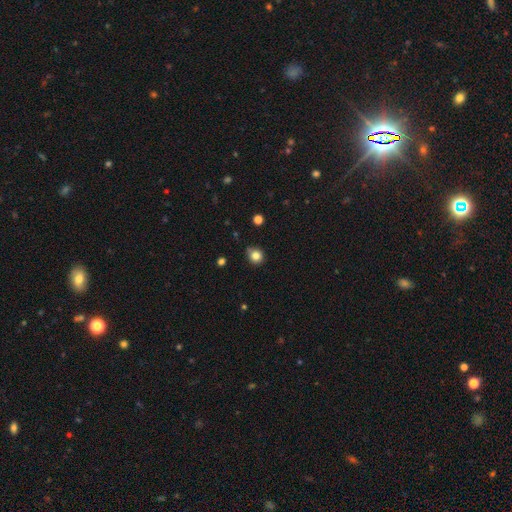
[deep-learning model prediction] Smooth or featured?
  - smooth: 82% *
  - star or artifact: 12%
  - featured or disk: 7%
How rounded?
  - round: 83% *
  - in between: 16%
  - cigar-shaped: 1%
Merging?
  - none: 72% *
  - minor disturbance: 22%
  - major disturbance: 4%
  - merger: 3%